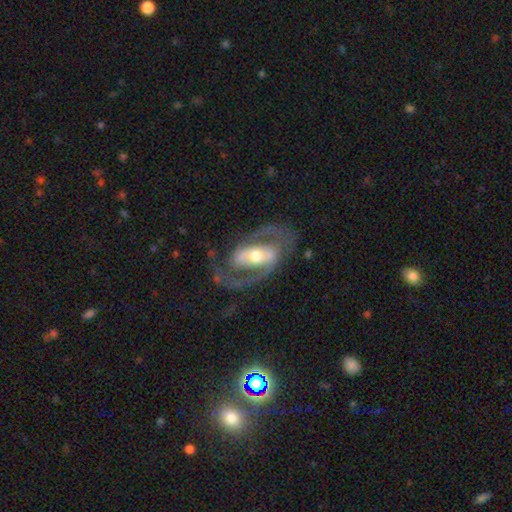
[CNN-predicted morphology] Q: Smooth or featured?
A: featured or disk (86%); runner-up: smooth (9%)
Q: Edge-on disk?
A: no (96%); runner-up: yes (4%)
Q: Bar?
A: strong (42%); runner-up: weak (33%)
Q: Spiral arms?
A: yes (89%); runner-up: no (11%)
Q: Spiral winding?
A: medium (54%); runner-up: tight (23%)
Q: Spiral arm count?
A: 2 (88%); runner-up: 1 (5%)
Q: Bulge size?
A: moderate (67%); runner-up: small (20%)
Q: Merging?
A: none (68%); runner-up: major disturbance (15%)